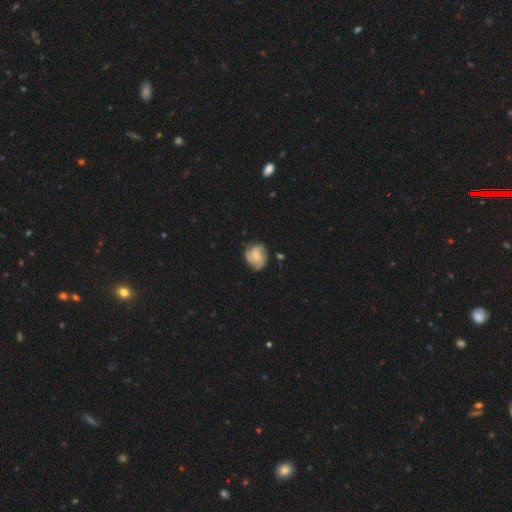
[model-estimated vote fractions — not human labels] Smooth or featured: featured or disk — 65% (smooth — 28%)
Edge-on disk: no — 98% (yes — 2%)
Bar: no — 63% (weak — 32%)
Spiral arms: yes — 93% (no — 7%)
Spiral winding: tight — 49% (medium — 40%)
Spiral arm count: 3 — 46% (2 — 19%)
Bulge size: small — 53% (moderate — 30%)
Merging: none — 71% (minor disturbance — 21%)